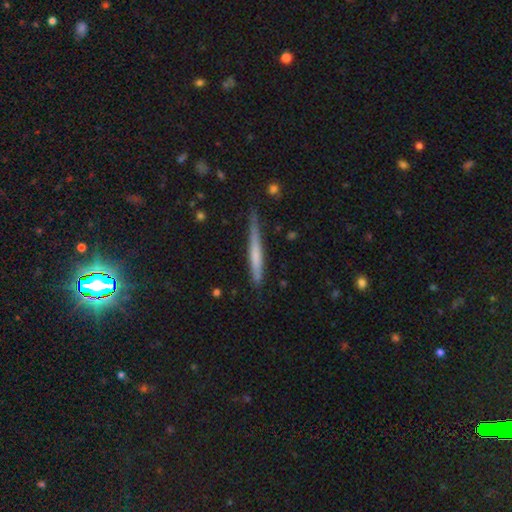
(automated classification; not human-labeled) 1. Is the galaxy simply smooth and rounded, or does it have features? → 56% smooth, 38% featured or disk, 6% star or artifact.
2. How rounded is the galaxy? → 96% cigar-shaped, 3% in between, 1% round.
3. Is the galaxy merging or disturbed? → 74% none, 21% minor disturbance, 3% major disturbance, 2% merger.